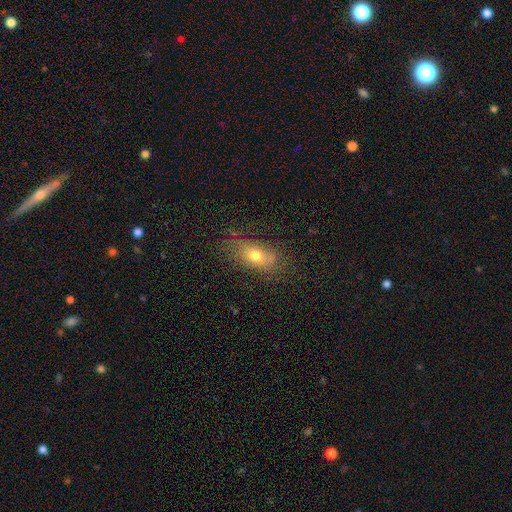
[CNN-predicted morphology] Smooth or featured?
  - smooth: 68% *
  - featured or disk: 20%
  - star or artifact: 12%
How rounded?
  - in between: 80% *
  - round: 12%
  - cigar-shaped: 8%
Merging?
  - none: 66% *
  - minor disturbance: 22%
  - major disturbance: 10%
  - merger: 3%